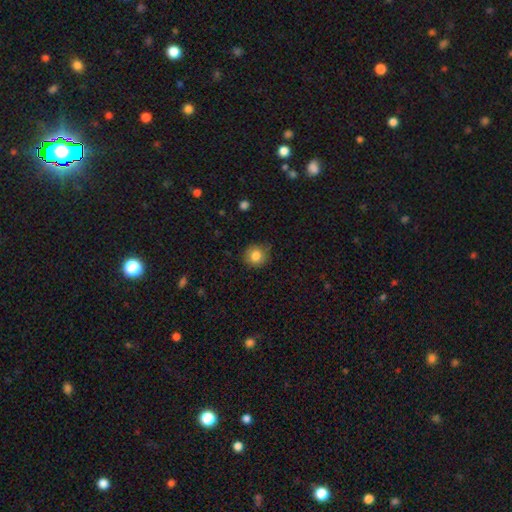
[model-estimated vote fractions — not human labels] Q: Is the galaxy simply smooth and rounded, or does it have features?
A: smooth — 83%.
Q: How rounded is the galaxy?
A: round — 88%.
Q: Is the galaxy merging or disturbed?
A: none — 77%.